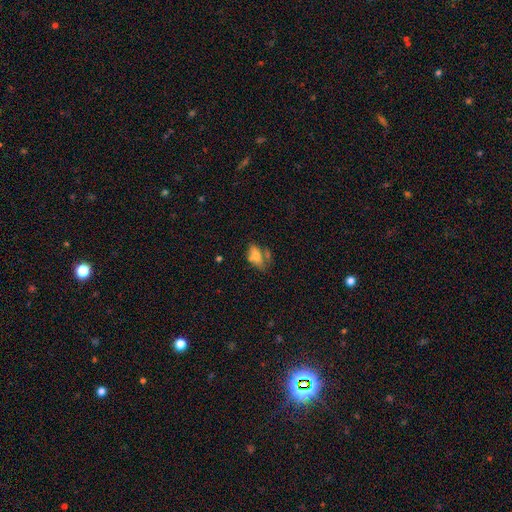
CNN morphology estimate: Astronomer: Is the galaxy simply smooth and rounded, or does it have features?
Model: smooth — 67%.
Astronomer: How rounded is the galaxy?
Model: in between — 88%.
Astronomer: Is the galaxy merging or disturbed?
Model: none — 40% (runner-up: minor disturbance, 25%).